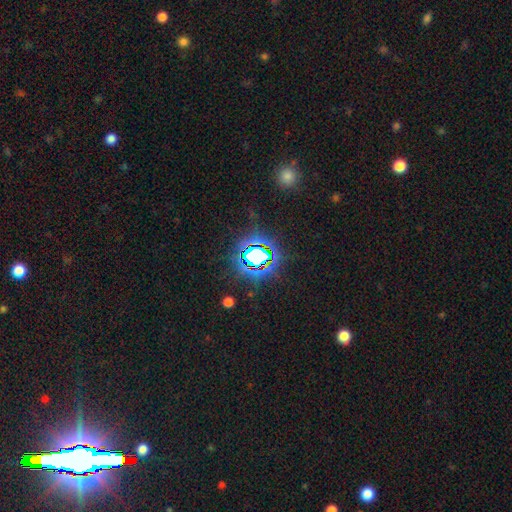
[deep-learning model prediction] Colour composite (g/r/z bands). It shows a star or artifact, not a galaxy (73%).